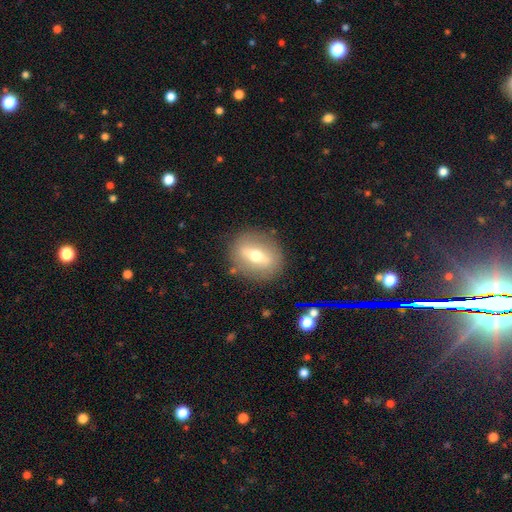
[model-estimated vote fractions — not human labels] A featured or disk galaxy (49%). Merging: none (84%).